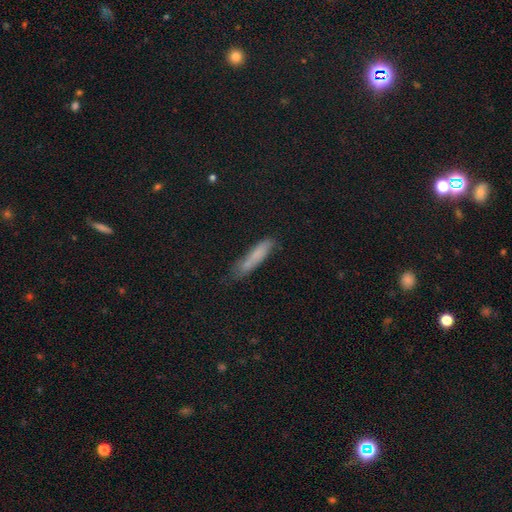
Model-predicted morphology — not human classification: Smooth or featured: smooth — 72% (featured or disk — 16%)
How rounded: cigar-shaped — 81% (in between — 16%)
Merging: none — 61% (minor disturbance — 26%)